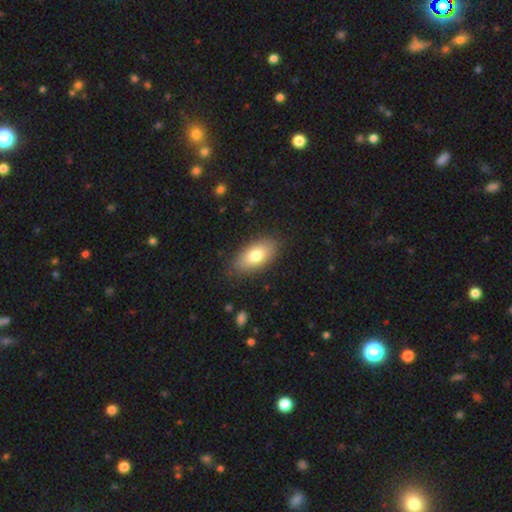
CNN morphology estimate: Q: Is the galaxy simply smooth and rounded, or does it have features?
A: smooth — 75%.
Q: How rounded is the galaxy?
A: in between — 91%.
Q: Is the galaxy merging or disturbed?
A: none — 84%.